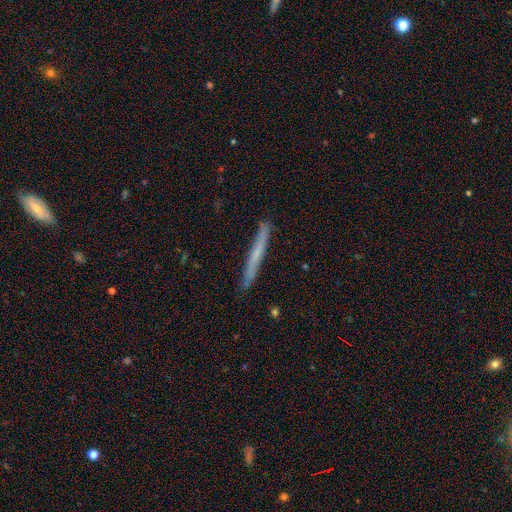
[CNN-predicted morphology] A smooth galaxy with no disk features (51%) that is cigar-shaped (97%).

Vote fractions:
- Smooth or featured? smooth: 51% / featured or disk: 43% / star or artifact: 6%
- How rounded? cigar-shaped: 97% / in between: 2% / round: 1%
- Merging? none: 89% / minor disturbance: 9% / major disturbance: 1% / merger: 1%